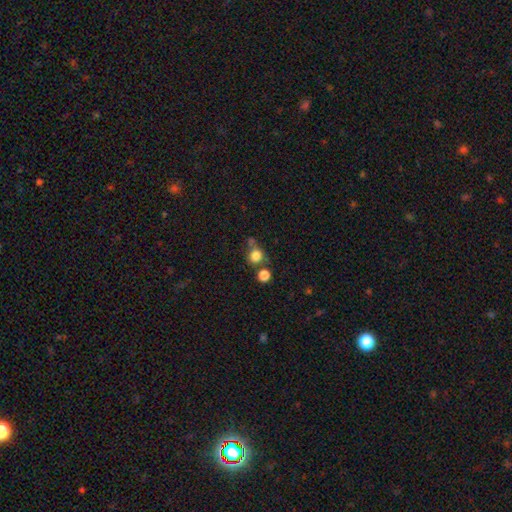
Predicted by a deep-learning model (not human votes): Smooth or featured?
  - smooth: 80% *
  - star or artifact: 12%
  - featured or disk: 8%
How rounded?
  - round: 86% *
  - in between: 13%
  - cigar-shaped: 1%
Merging?
  - none: 58% *
  - merger: 23%
  - minor disturbance: 13%
  - major disturbance: 6%